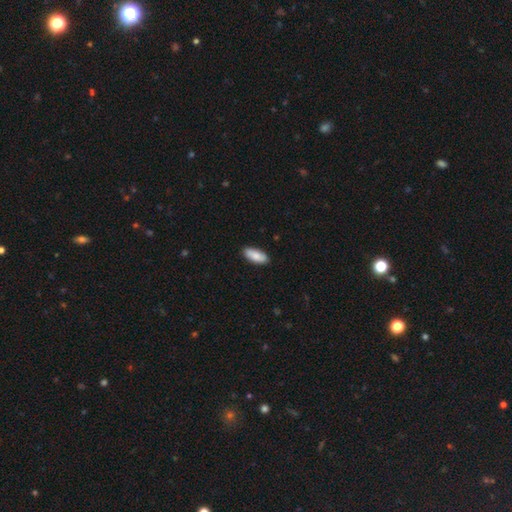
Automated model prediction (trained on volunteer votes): Morphology: type=smooth (86%); roundness=in between (83%); merging=none (89%).